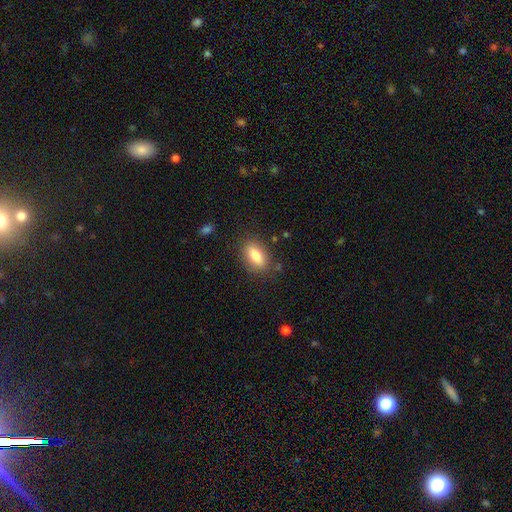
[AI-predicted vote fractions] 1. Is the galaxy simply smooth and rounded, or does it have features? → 79% smooth, 13% featured or disk, 8% star or artifact.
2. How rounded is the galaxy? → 81% in between, 13% cigar-shaped, 6% round.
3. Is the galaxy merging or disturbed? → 82% none, 13% minor disturbance, 4% major disturbance, 2% merger.